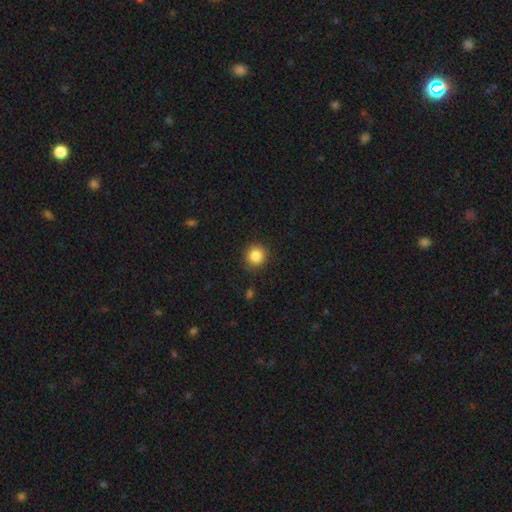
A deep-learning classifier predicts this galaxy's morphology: smooth_or_featured: smooth (p=0.86) [alt: star or artifact p=0.10]
how_rounded: round (p=0.91) [alt: in between p=0.08]
merging: none (p=0.88) [alt: minor disturbance p=0.09]